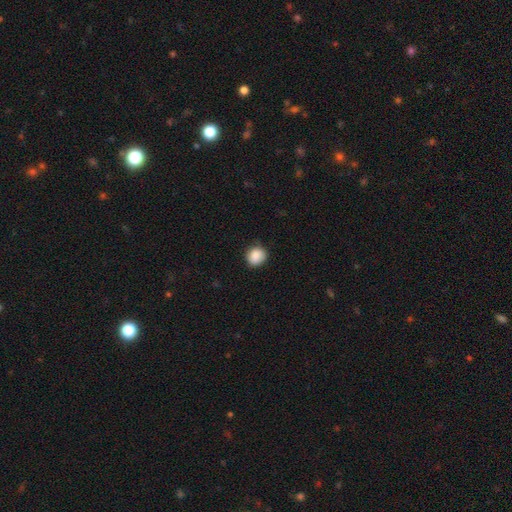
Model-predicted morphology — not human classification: smooth 88%, star or artifact 8%, featured or disk 4%. Down the decision tree: how rounded — round (82%); merging — none (82%).